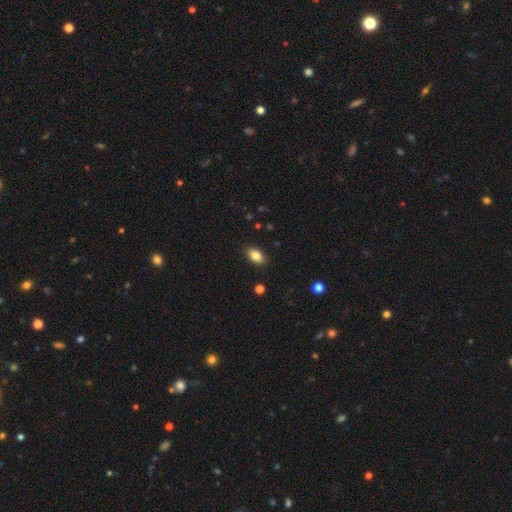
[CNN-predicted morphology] type=smooth (84%); roundness=in between (89%); merging=none (87%).